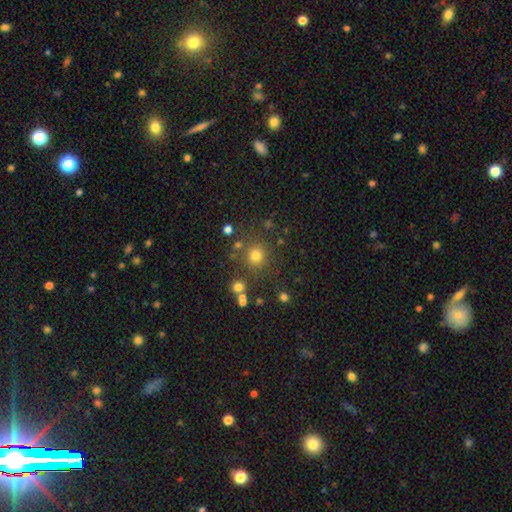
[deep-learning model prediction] This is likely a smooth galaxy (73%). How rounded: clearly round (91%). Merging: clearly none (80%).